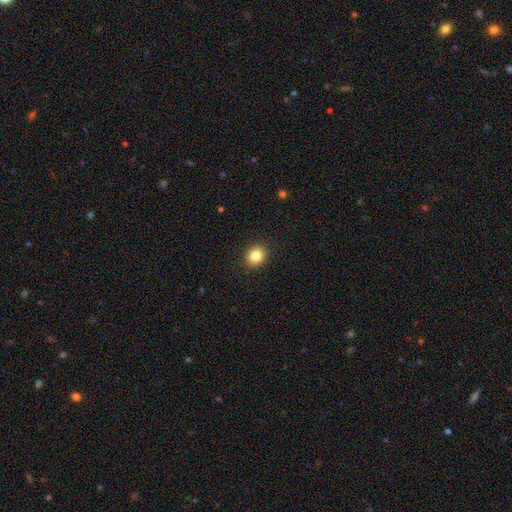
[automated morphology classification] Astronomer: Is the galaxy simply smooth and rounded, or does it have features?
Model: smooth — 84%.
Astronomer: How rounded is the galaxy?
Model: round — 74%.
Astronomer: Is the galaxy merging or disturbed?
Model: none — 90%.